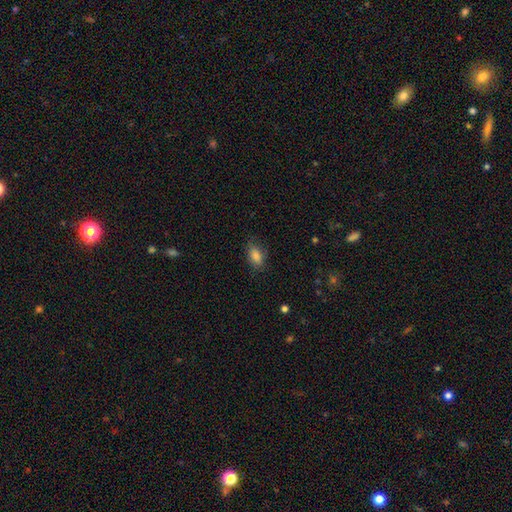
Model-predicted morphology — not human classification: The model was most divided on "merging": none: 77%, minor disturbance: 17%, major disturbance: 5%, merger: 1%. More confident: how rounded — in between (88%); smooth or featured — smooth (85%).